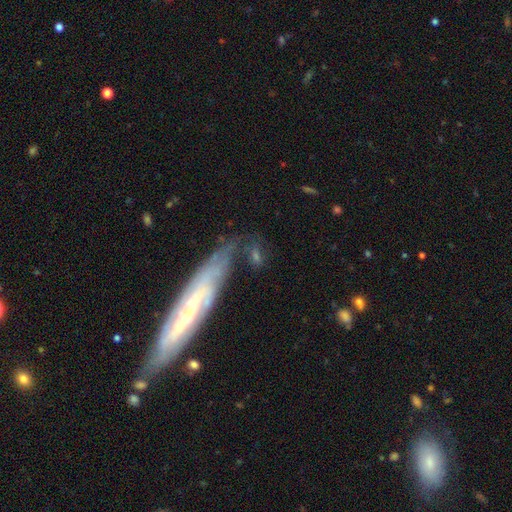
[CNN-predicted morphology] Smooth or featured? Predicted: featured or disk (p=0.50). Merging? Predicted: none (p=0.51).